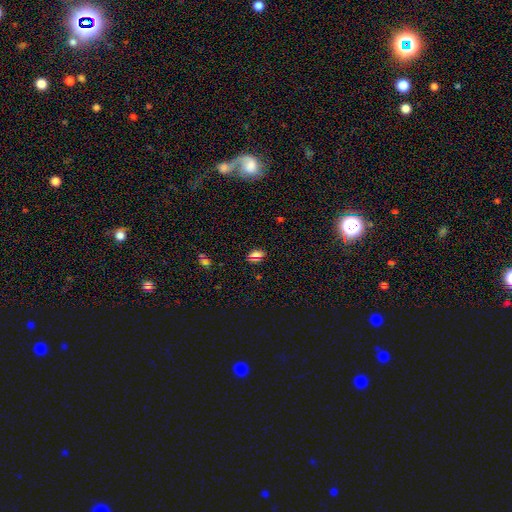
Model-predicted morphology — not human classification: smooth_or_featured: smooth (p=0.59) [alt: star or artifact p=0.32]
how_rounded: in between (p=0.75) [alt: round p=0.19]
merging: none (p=0.84) [alt: minor disturbance p=0.10]